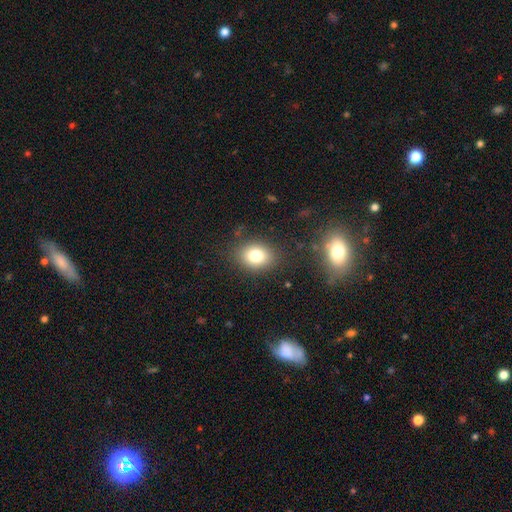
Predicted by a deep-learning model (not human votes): Q: Smooth or featured?
A: smooth (78%); runner-up: star or artifact (12%)
Q: How rounded?
A: in between (57%); runner-up: round (42%)
Q: Merging?
A: none (83%); runner-up: minor disturbance (11%)